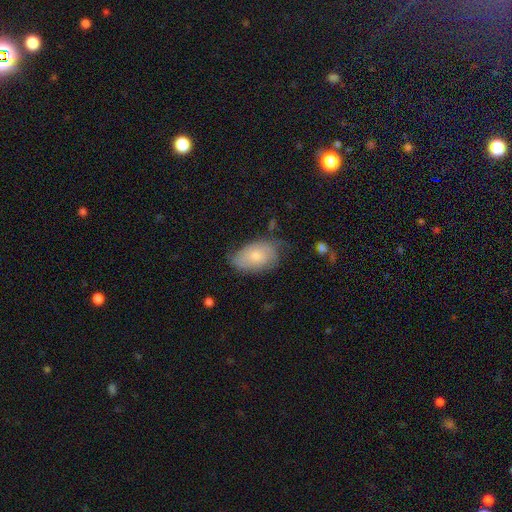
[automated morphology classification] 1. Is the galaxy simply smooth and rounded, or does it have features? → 55% smooth, 38% featured or disk, 7% star or artifact.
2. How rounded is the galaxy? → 91% in between, 7% round, 2% cigar-shaped.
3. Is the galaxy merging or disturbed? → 56% none, 32% minor disturbance, 10% major disturbance, 2% merger.